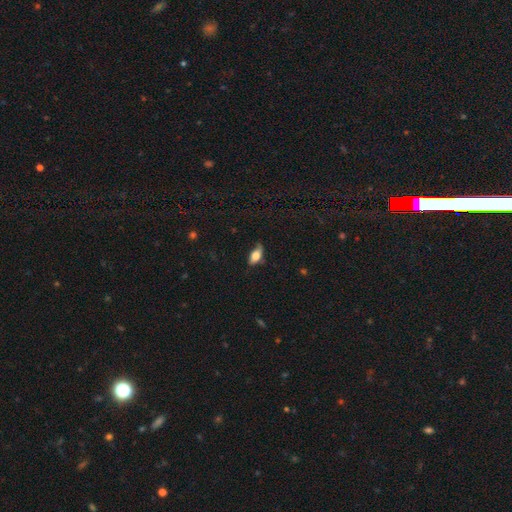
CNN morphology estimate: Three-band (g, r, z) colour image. It shows a smooth galaxy with no disk features (72%) that is in between round and cigar-shaped (85%). Merging: none (63%).